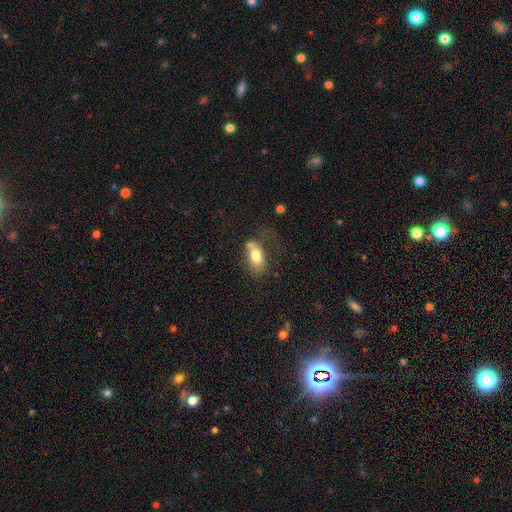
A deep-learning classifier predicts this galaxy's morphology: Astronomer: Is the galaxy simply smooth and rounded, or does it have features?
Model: smooth — 74%.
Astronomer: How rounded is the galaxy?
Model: in between — 88%.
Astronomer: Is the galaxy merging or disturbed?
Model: none — 37% (runner-up: minor disturbance, 26%).